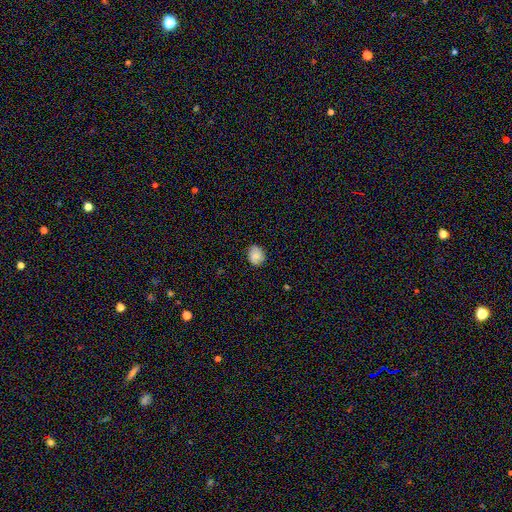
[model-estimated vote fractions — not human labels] Smooth or featured: smooth — 74% (featured or disk — 16%)
How rounded: round — 64% (in between — 35%)
Merging: none — 81% (minor disturbance — 15%)